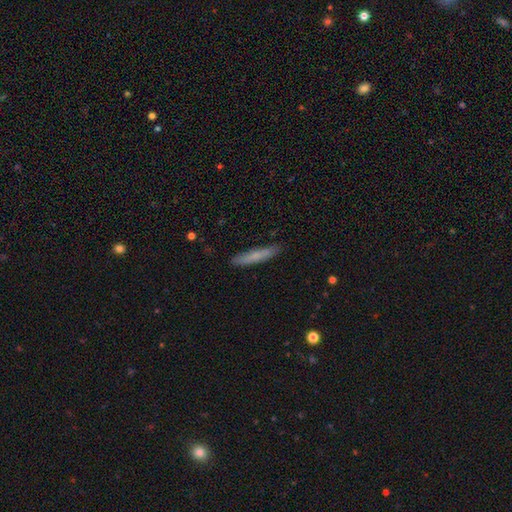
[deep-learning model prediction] Q: Smooth or featured?
A: smooth (68%); runner-up: featured or disk (25%)
Q: How rounded?
A: cigar-shaped (93%); runner-up: in between (5%)
Q: Merging?
A: none (88%); runner-up: minor disturbance (9%)